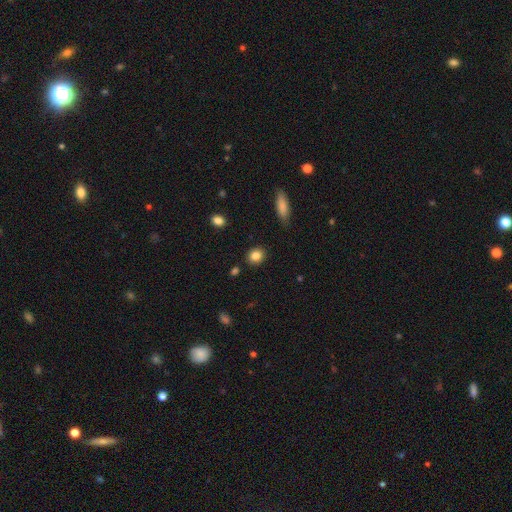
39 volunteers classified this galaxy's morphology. Q: Smooth or featured?
A: smooth (82%); runner-up: featured or disk (10%)
Q: How rounded?
A: round (62%); runner-up: in between (38%)
Q: Merging?
A: none (89%); runner-up: minor disturbance (6%)